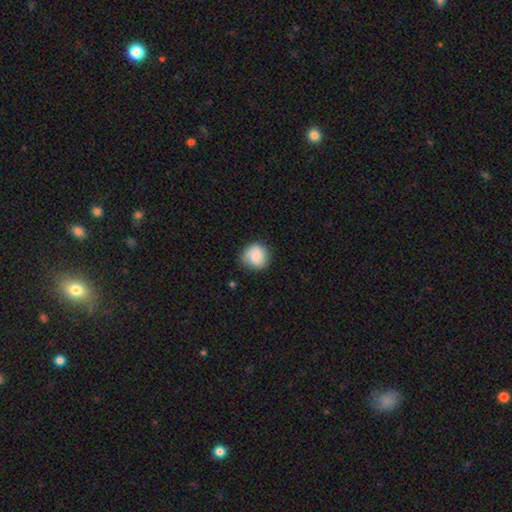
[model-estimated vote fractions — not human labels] Q: Smooth or featured?
A: smooth (73%); runner-up: featured or disk (19%)
Q: How rounded?
A: round (88%); runner-up: in between (11%)
Q: Merging?
A: none (77%); runner-up: minor disturbance (17%)